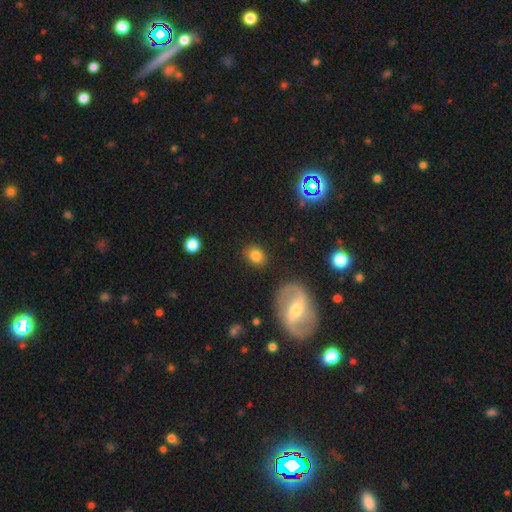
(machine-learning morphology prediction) A smooth galaxy with no disk features (79%) that is in between round and cigar-shaped (50%). Merging: none (85%).